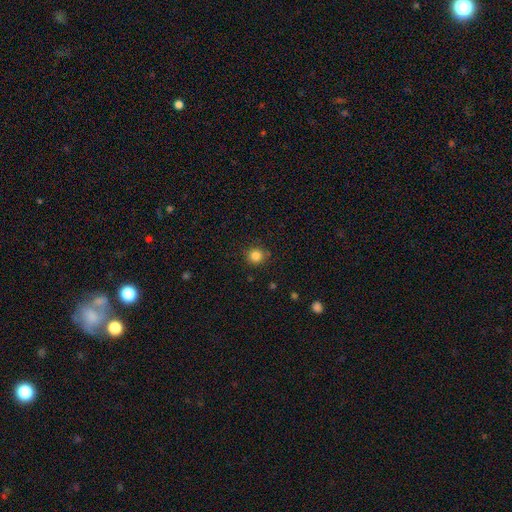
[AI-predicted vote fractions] A smooth galaxy with no disk features (83%) that is round (93%). Merging: none (88%).